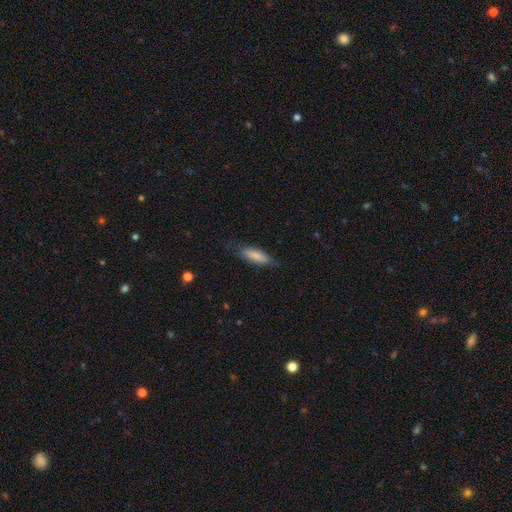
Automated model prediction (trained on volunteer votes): Smooth or featured? smooth (78%)
How rounded? cigar-shaped (55%)
Merging? none (73%)